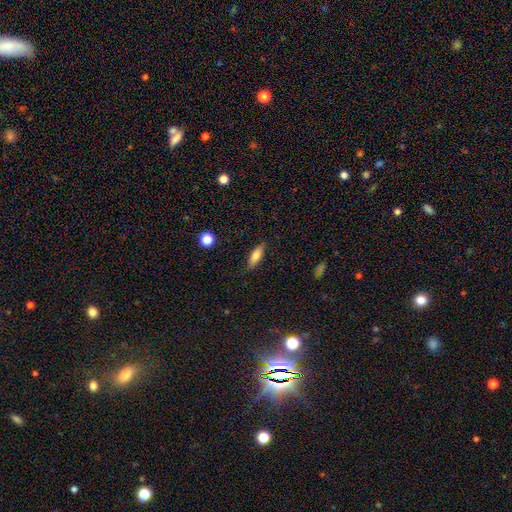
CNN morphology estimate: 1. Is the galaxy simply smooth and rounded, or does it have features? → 77% smooth, 15% featured or disk, 8% star or artifact.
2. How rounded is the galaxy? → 66% in between, 31% cigar-shaped, 3% round.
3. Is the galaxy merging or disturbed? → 81% none, 15% minor disturbance, 3% major disturbance, 1% merger.